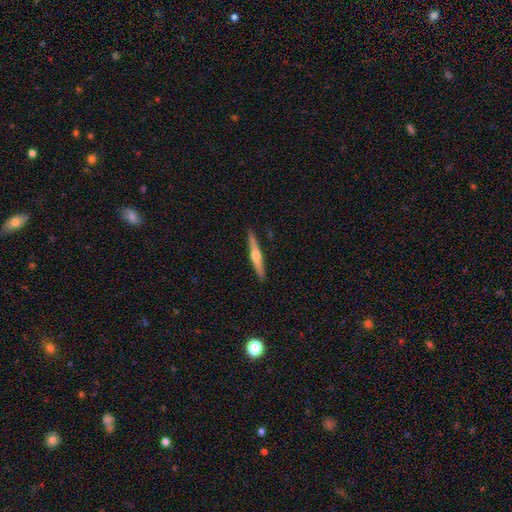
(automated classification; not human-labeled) featured or disk 67%, smooth 27%, star or artifact 6%. Down the decision tree: edge-on disk — yes (98%); edge-on bulge — rounded (90%); merging — none (91%).